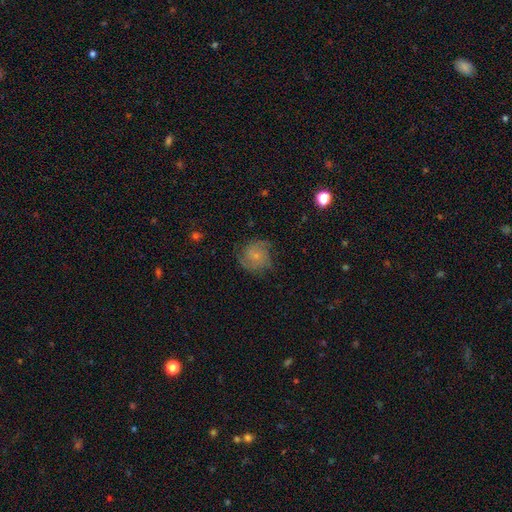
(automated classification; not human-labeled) Smooth or featured: featured or disk — 61% (smooth — 29%)
Edge-on disk: no — 98% (yes — 2%)
Bar: no — 78% (weak — 19%)
Spiral arms: yes — 90% (no — 10%)
Spiral winding: medium — 43% (tight — 41%)
Spiral arm count: 2 — 40% (can't tell — 24%)
Bulge size: small — 74% (moderate — 16%)
Merging: none — 71% (minor disturbance — 19%)